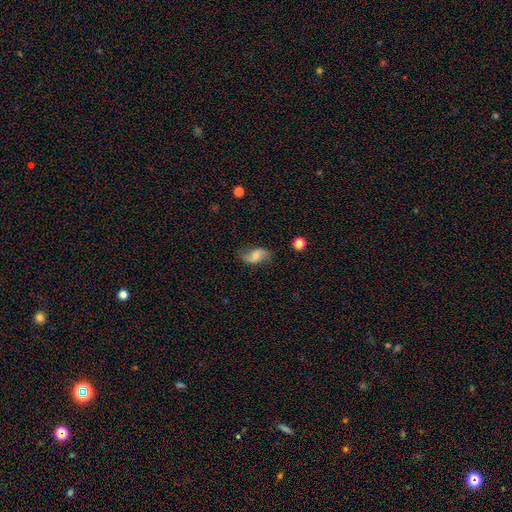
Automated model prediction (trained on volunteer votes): A featured or disk galaxy (63%) with no bar (53%), 2 (91%) loose (77%) spiral arms (90%) and a moderate central bulge (47%).

Vote fractions:
- Smooth or featured? featured or disk: 63% / smooth: 29% / star or artifact: 8%
- Edge-on disk? no: 96% / yes: 4%
- Bar? no: 53% / weak: 36% / strong: 11%
- Spiral arms? yes: 90% / no: 10%
- Spiral winding? loose: 77% / medium: 17% / tight: 6%
- Spiral arm count? 2: 91% / can't tell: 4% / 1: 2% / 3: 1% / 4: 1% / more than 4: 1%
- Bulge size? moderate: 47% / small: 39% / none: 7% / large: 5% / dominant: 2%
- Merging? none: 75% / minor disturbance: 18% / major disturbance: 6% / merger: 2%